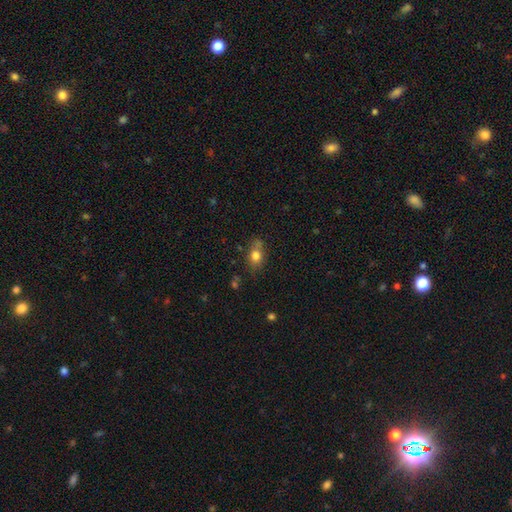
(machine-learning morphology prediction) type=smooth (78%); roundness=in between (60%); merging=none (63%).